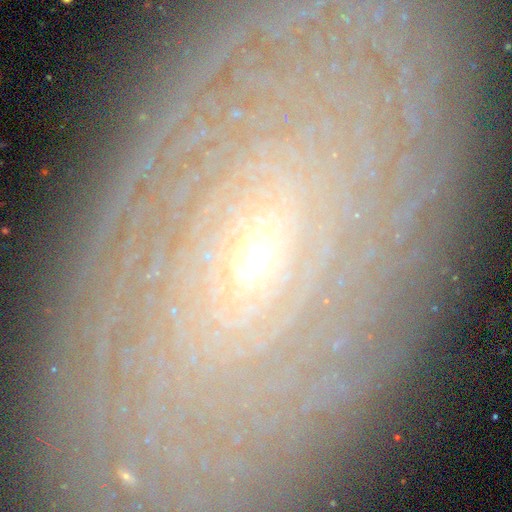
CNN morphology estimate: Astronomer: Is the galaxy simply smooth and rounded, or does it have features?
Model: featured or disk — 69%.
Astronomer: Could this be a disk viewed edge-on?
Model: no — 90%.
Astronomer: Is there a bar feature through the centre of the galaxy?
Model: no — 69%.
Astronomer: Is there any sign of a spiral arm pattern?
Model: yes — 76%.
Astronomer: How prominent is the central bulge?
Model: small — 63%.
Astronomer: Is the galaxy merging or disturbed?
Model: none — 77%.